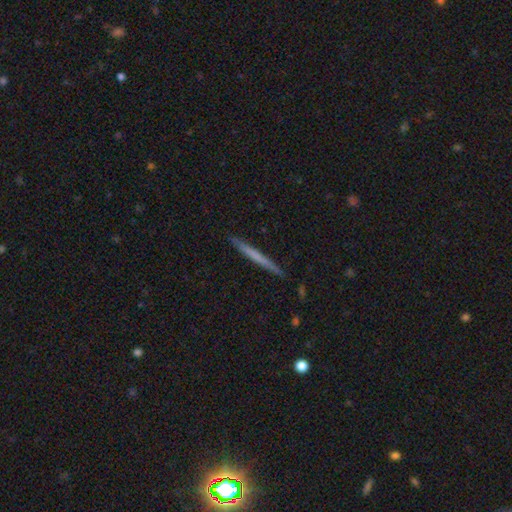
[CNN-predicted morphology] Q: Smooth or featured?
A: smooth (50%); runner-up: featured or disk (44%)
Q: How rounded?
A: cigar-shaped (97%); runner-up: in between (2%)
Q: Merging?
A: none (92%); runner-up: minor disturbance (6%)